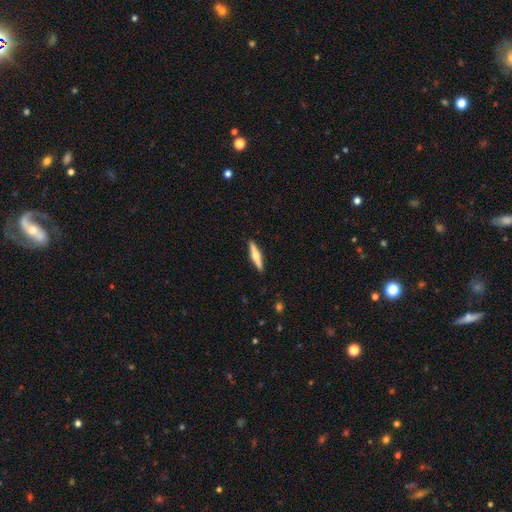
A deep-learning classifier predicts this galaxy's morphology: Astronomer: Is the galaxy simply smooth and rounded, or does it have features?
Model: featured or disk — 59% (runner-up: smooth, 36%).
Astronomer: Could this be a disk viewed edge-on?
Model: yes — 97%.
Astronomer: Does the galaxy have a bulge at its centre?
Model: rounded — 89%.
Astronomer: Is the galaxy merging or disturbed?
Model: none — 91%.